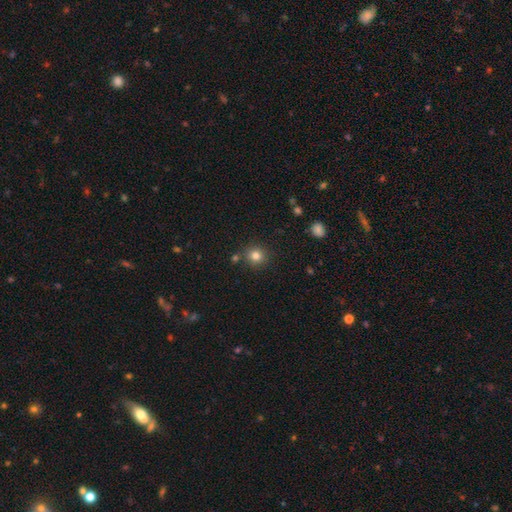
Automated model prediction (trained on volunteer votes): smooth_or_featured: smooth (p=0.81) [alt: star or artifact p=0.13]
how_rounded: round (p=0.90) [alt: in between p=0.09]
merging: none (p=0.84) [alt: minor disturbance p=0.08]